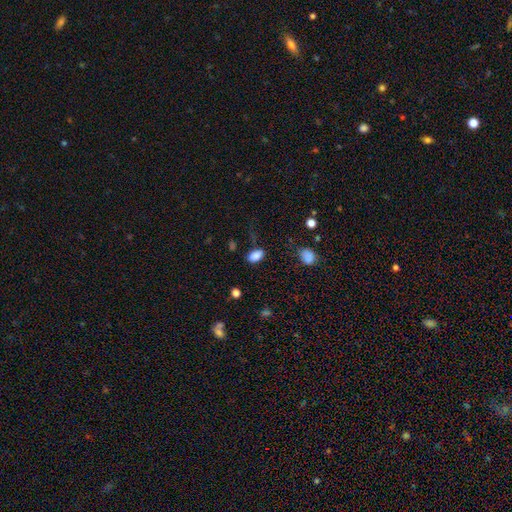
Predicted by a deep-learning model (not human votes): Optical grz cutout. It shows a smooth galaxy with no disk features (85%) that is in between round and cigar-shaped (91%). Merging: none (76%).